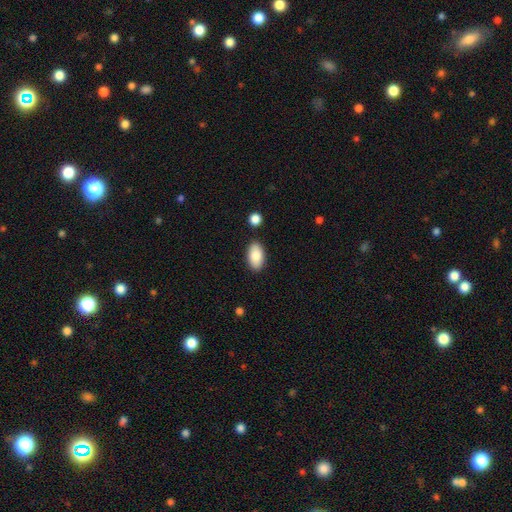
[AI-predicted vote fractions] smooth-or-featured: smooth: 85% | featured or disk: 9% | star or artifact: 6%
  how-rounded: in between: 94% | round: 3% | cigar-shaped: 2%
  merging: none: 86% | minor disturbance: 9% | merger: 3% | major disturbance: 2%